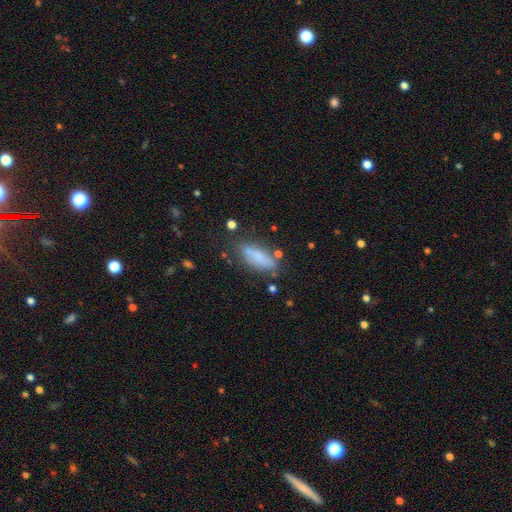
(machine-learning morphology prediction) Smooth or featured? smooth (76%)
How rounded? in between (61%)
Merging? none (68%)